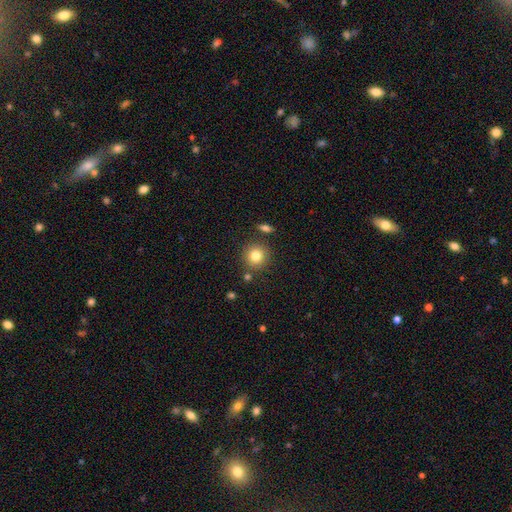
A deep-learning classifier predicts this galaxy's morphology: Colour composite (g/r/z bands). It shows a smooth galaxy with no disk features (81%) that is round (91%). Merging: none (82%).